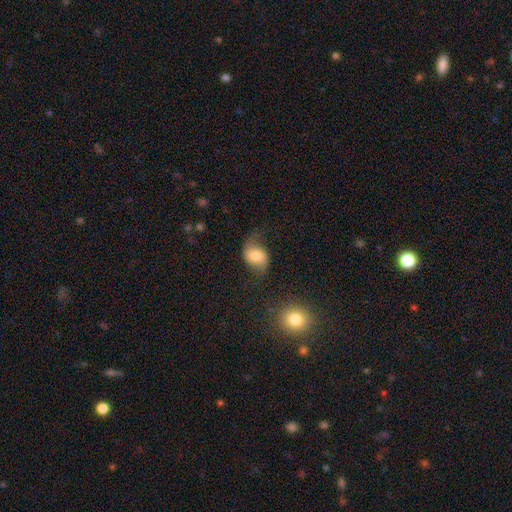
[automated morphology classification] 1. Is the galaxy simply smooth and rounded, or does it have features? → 53% smooth, 37% featured or disk, 10% star or artifact.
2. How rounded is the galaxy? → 72% in between, 26% round, 2% cigar-shaped.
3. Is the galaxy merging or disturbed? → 53% none, 26% minor disturbance, 18% major disturbance, 3% merger.